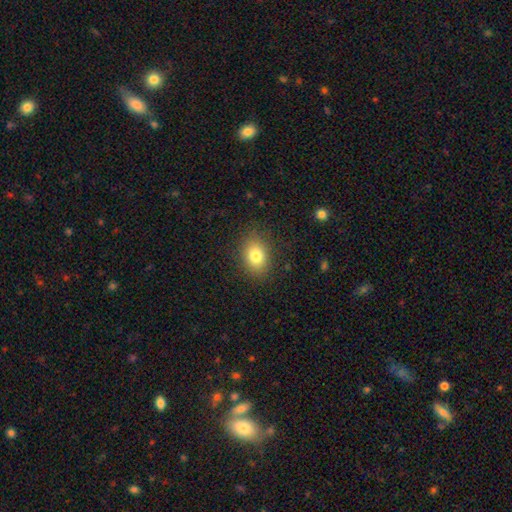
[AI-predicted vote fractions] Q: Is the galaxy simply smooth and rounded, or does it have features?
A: smooth — 81%.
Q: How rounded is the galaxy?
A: in between — 67%.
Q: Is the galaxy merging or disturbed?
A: none — 86%.